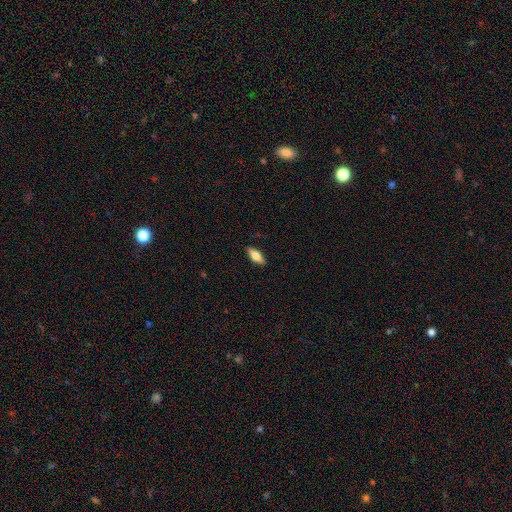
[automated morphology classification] smooth-or-featured: smooth: 67% | featured or disk: 27% | star or artifact: 6%
  how-rounded: in between: 72% | cigar-shaped: 26% | round: 3%
  merging: none: 89% | minor disturbance: 8% | major disturbance: 2% | merger: 1%